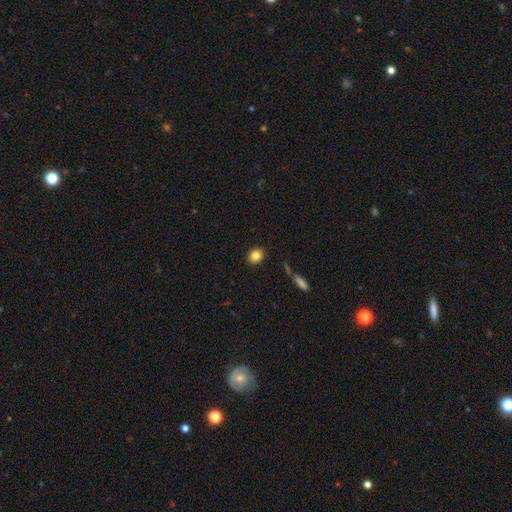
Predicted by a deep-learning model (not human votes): smooth-or-featured: smooth: 83% | star or artifact: 10% | featured or disk: 7%
  how-rounded: round: 67% | in between: 32% | cigar-shaped: 1%
  merging: none: 88% | minor disturbance: 7% | major disturbance: 2% | merger: 2%